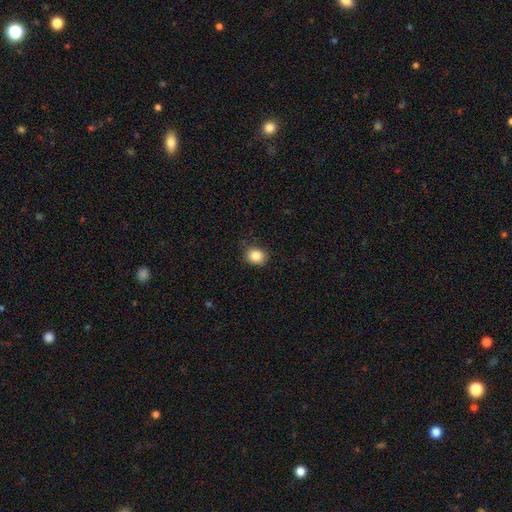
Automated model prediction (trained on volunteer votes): Q: Smooth or featured?
A: smooth (86%); runner-up: star or artifact (10%)
Q: How rounded?
A: round (70%); runner-up: in between (29%)
Q: Merging?
A: none (85%); runner-up: minor disturbance (11%)